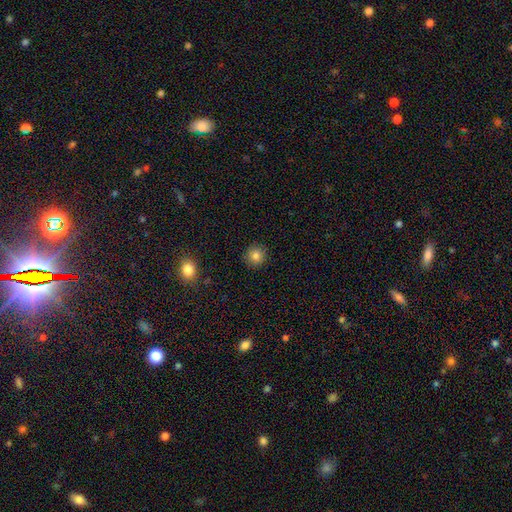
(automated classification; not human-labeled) Smooth or featured? smooth (83%)
How rounded? round (93%)
Merging? none (91%)